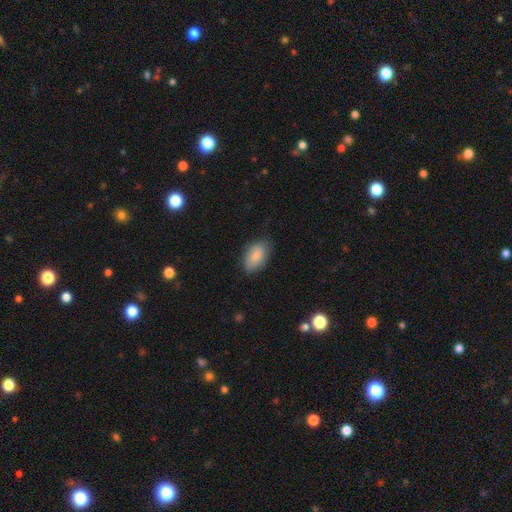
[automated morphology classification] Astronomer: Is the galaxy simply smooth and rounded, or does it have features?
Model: smooth — 86%.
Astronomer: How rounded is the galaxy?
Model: in between — 93%.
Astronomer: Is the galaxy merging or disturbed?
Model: none — 76%.